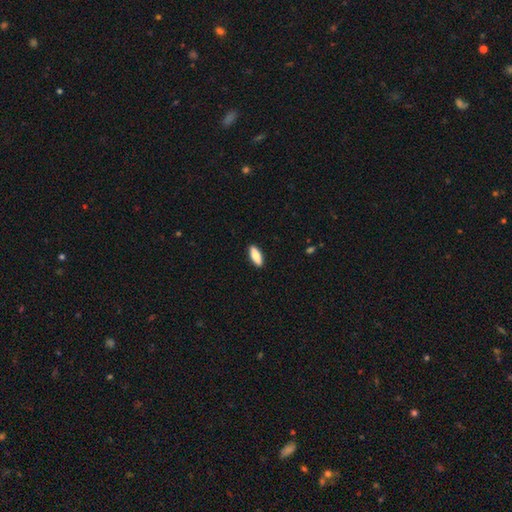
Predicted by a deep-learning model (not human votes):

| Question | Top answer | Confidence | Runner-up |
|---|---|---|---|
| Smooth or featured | smooth | 80% | featured or disk (14%) |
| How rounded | in between | 71% | cigar-shaped (26%) |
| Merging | none | 90% | minor disturbance (7%) |